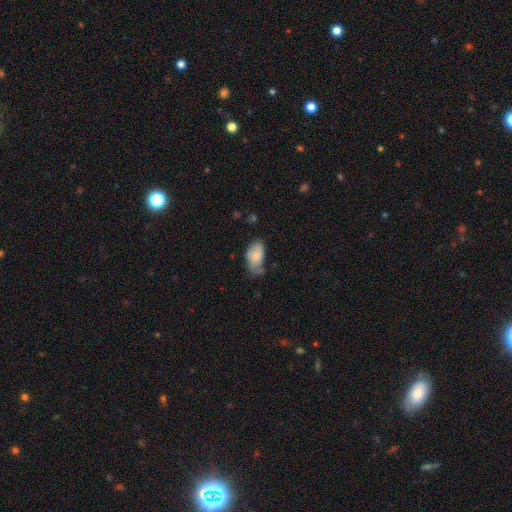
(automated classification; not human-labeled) Q: Smooth or featured?
A: smooth (77%); runner-up: featured or disk (16%)
Q: How rounded?
A: in between (94%); runner-up: round (4%)
Q: Merging?
A: none (43%); runner-up: minor disturbance (40%)